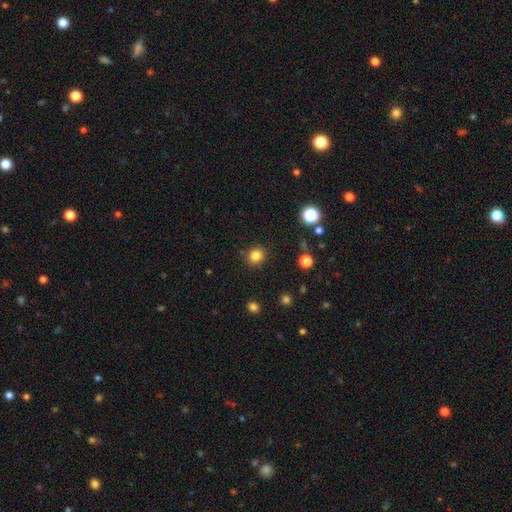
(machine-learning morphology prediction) smooth 83%, star or artifact 12%, featured or disk 5%. Down the decision tree: how rounded — round (82%); merging — none (88%).